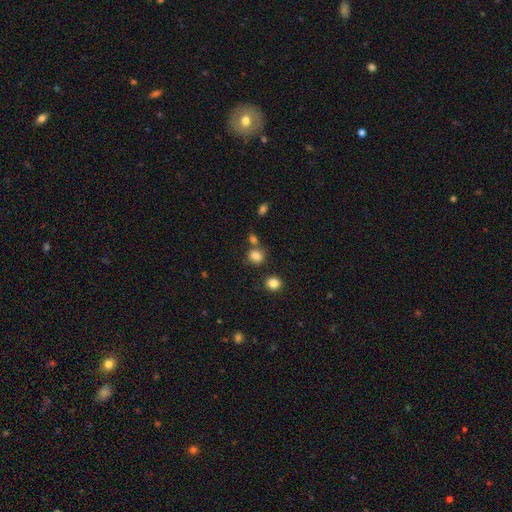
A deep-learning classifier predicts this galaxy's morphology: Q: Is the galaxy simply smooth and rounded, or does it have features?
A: smooth — 82%.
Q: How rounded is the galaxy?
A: round — 71%.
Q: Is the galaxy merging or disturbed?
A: none — 66%.